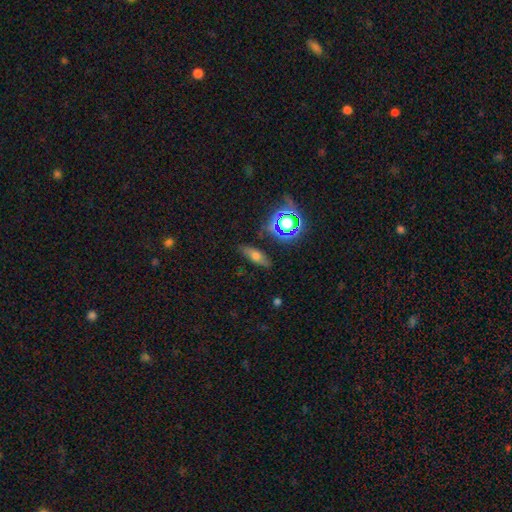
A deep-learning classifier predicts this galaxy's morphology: A smooth galaxy with no disk features (56%) that is in between round and cigar-shaped (56%). Merging: none (82%).